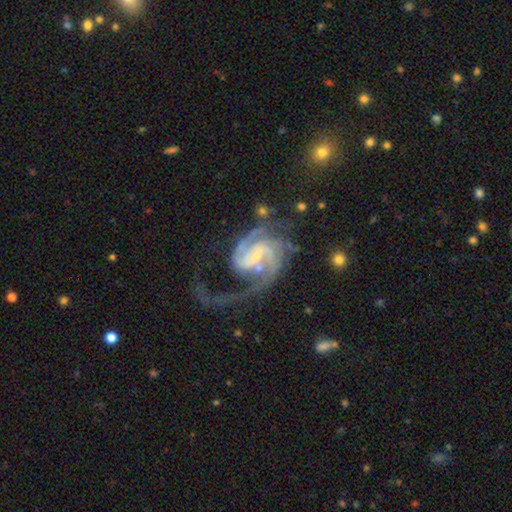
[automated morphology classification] Smooth or featured?
  - featured or disk: 91% *
  - star or artifact: 5%
  - smooth: 4%
Edge-on disk?
  - no: 98% *
  - yes: 2%
Bar?
  - weak: 47% *
  - no: 29%
  - strong: 24%
Spiral arms?
  - yes: 98% *
  - no: 2%
Spiral winding?
  - medium: 52% *
  - tight: 28%
  - loose: 20%
Spiral arm count?
  - 2: 62% *
  - 3: 13%
  - can't tell: 9%
  - 1: 7%
  - 4: 5%
  - more than 4: 4%
Bulge size?
  - small: 71% *
  - moderate: 19%
  - none: 7%
  - large: 2%
  - dominant: 1%
Merging?
  - none: 43% *
  - major disturbance: 35%
  - minor disturbance: 16%
  - merger: 6%